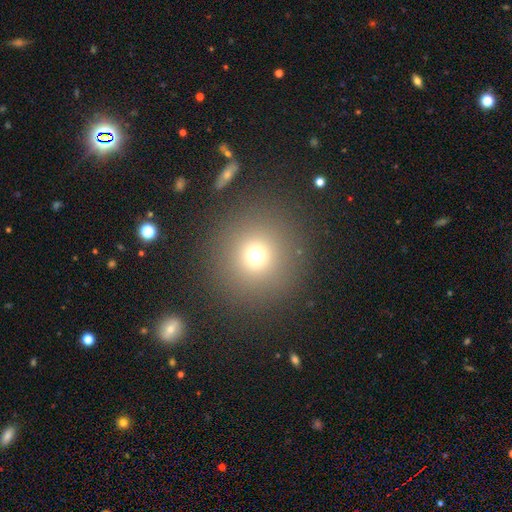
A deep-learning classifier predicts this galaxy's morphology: Smooth or featured? Predicted: smooth (p=0.69). How rounded? Predicted: round (p=0.94). Merging? Predicted: none (p=0.86).